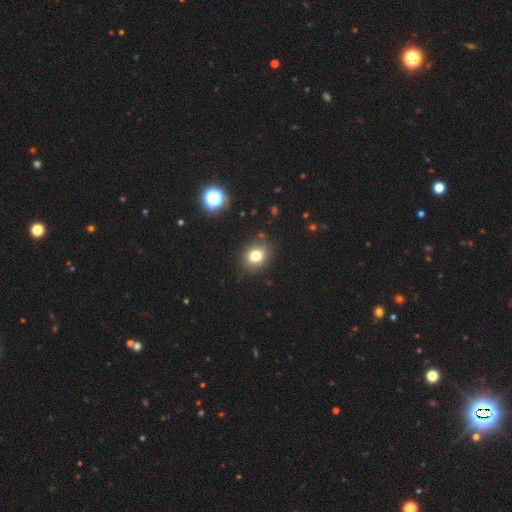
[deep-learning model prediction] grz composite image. It shows a smooth galaxy with no disk features (79%) that is round (63%). Merging: none (87%).